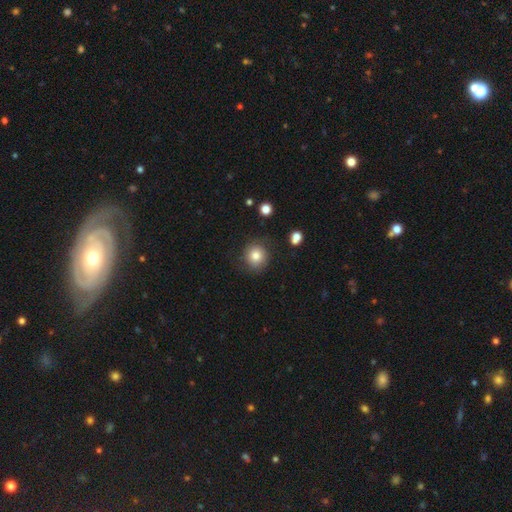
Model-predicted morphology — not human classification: type=smooth (80%); roundness=round (89%); merging=none (81%).